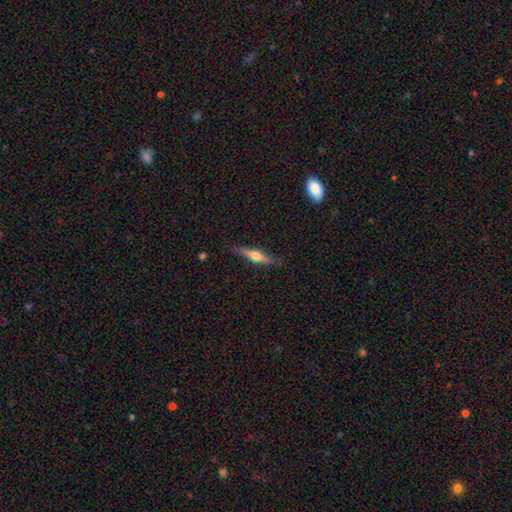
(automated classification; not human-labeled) Q: Smooth or featured?
A: featured or disk (56%); runner-up: smooth (38%)
Q: Edge-on disk?
A: yes (95%); runner-up: no (5%)
Q: Edge-on bulge?
A: rounded (91%); runner-up: boxy (5%)
Q: Merging?
A: none (84%); runner-up: minor disturbance (12%)